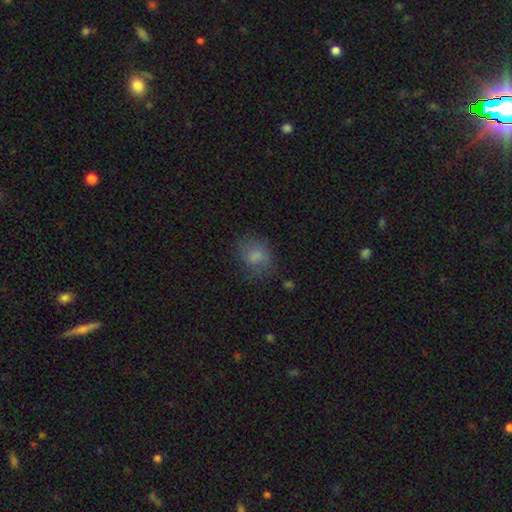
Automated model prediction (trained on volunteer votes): Smooth or featured? smooth (76%)
How rounded? round (52%)
Merging? none (63%)